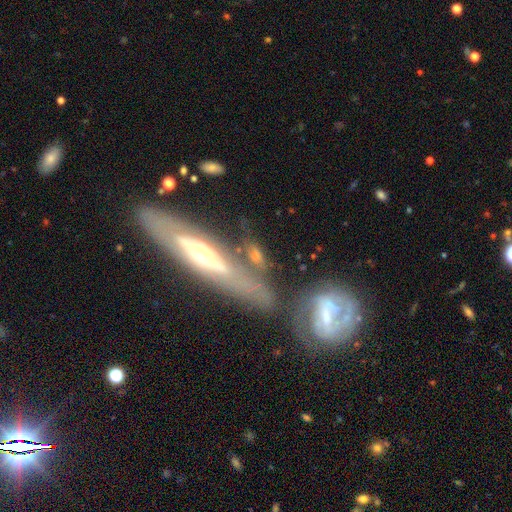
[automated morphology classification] Smooth or featured? Predicted: featured or disk (p=0.49). Merging? Predicted: none (p=0.49).